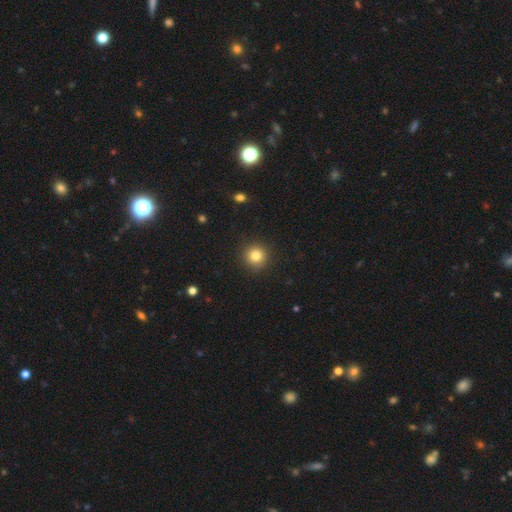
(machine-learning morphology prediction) smooth-or-featured: smooth: 83% | star or artifact: 11% | featured or disk: 6%
  how-rounded: round: 94% | in between: 5% | cigar-shaped: 1%
  merging: none: 91% | minor disturbance: 6% | major disturbance: 2% | merger: 1%